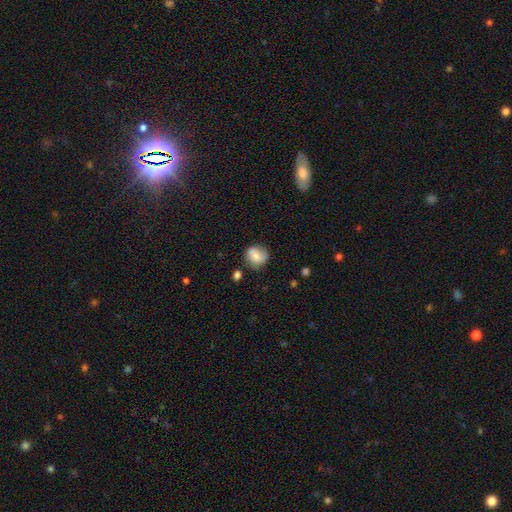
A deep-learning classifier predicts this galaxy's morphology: This is likely a smooth galaxy (74%). How rounded: likely round (79%). Merging: likely none (71%).